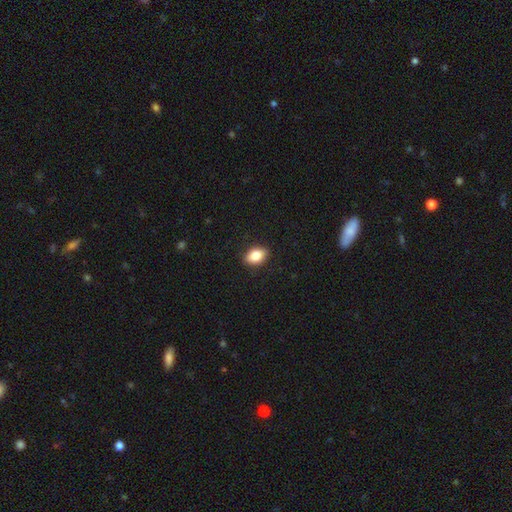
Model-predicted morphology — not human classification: A smooth galaxy with no disk features (85%) that is in between round and cigar-shaped (85%).

Vote fractions:
- Smooth or featured? smooth: 85% / star or artifact: 8% / featured or disk: 8%
- How rounded? in between: 85% / round: 13% / cigar-shaped: 2%
- Merging? none: 89% / minor disturbance: 8% / major disturbance: 2% / merger: 1%